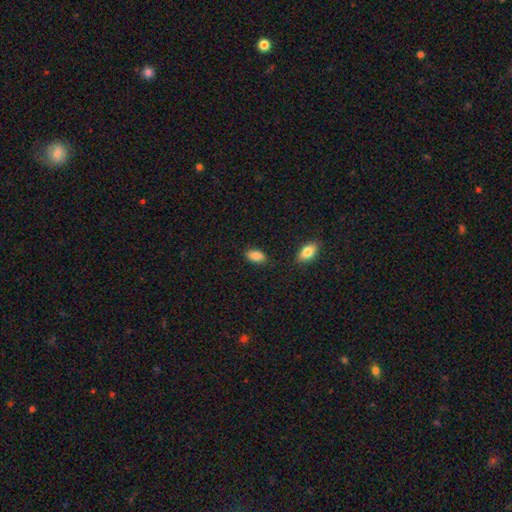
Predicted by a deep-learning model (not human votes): Smooth or featured: smooth — 86% (star or artifact — 8%)
How rounded: in between — 92% (round — 5%)
Merging: none — 83% (minor disturbance — 11%)